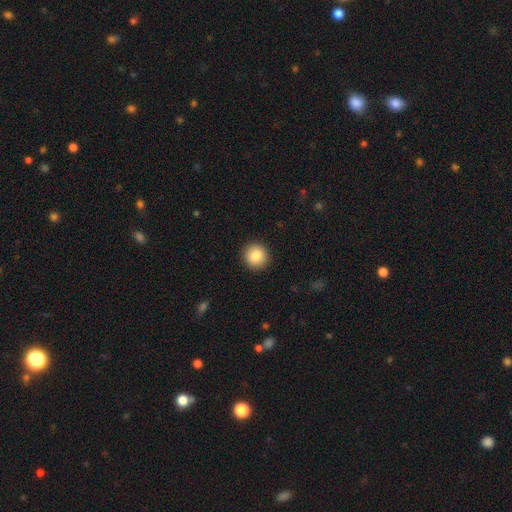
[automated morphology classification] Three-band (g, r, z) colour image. It shows a smooth galaxy with no disk features (86%) that is round (93%). Merging: none (92%).